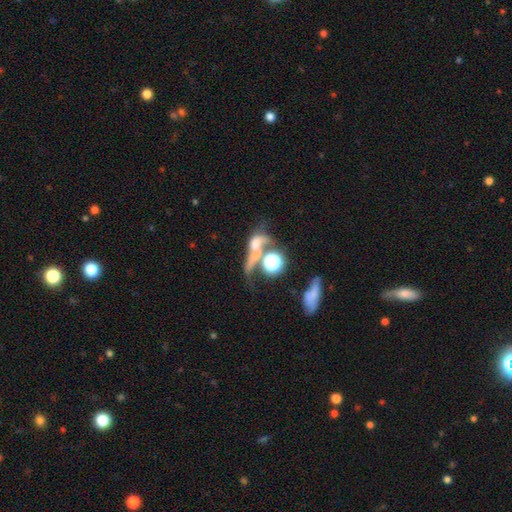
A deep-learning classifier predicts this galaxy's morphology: Smooth or featured? Predicted: featured or disk (p=0.38, tied with smooth). Merging? Predicted: merger (p=0.42).